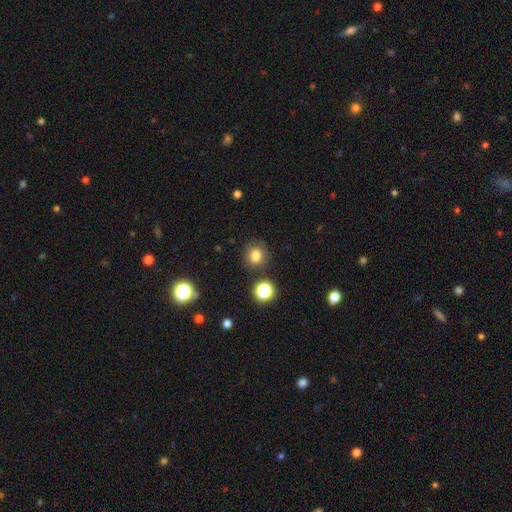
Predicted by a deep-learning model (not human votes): Q: Smooth or featured?
A: smooth (79%); runner-up: star or artifact (14%)
Q: How rounded?
A: round (83%); runner-up: in between (16%)
Q: Merging?
A: none (82%); runner-up: minor disturbance (11%)